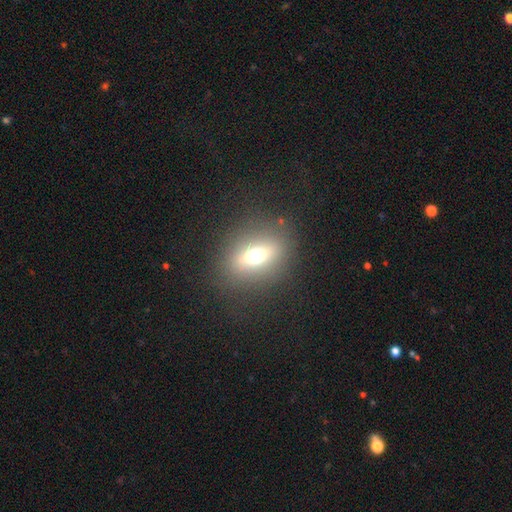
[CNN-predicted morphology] This is possibly a smooth galaxy (58%). How rounded: possibly in between (53%). Merging: clearly none (84%).